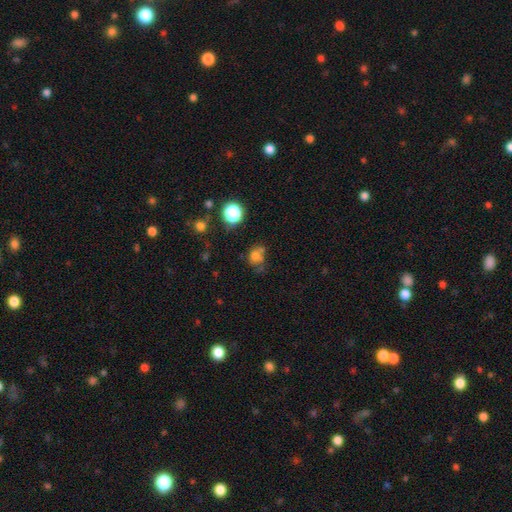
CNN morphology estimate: The model was most divided on "merging": none: 43%, merger: 22%, minor disturbance: 21%, major disturbance: 14%. More confident: smooth or featured — smooth (64%); how rounded — round (63%).